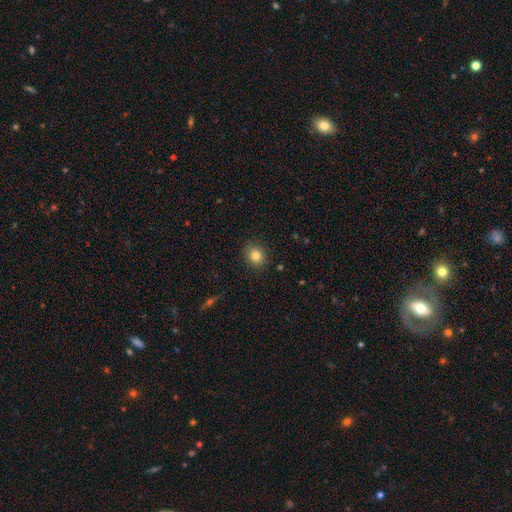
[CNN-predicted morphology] type=smooth (82%); roundness=round (77%); merging=none (88%).